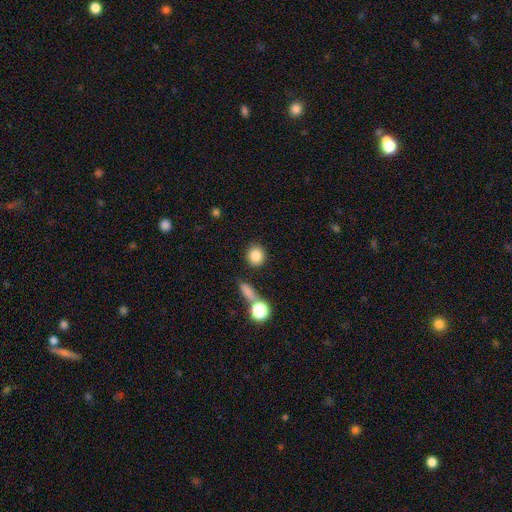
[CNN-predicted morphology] Q: Smooth or featured?
A: smooth (85%); runner-up: star or artifact (9%)
Q: How rounded?
A: round (82%); runner-up: in between (16%)
Q: Merging?
A: none (83%); runner-up: minor disturbance (8%)